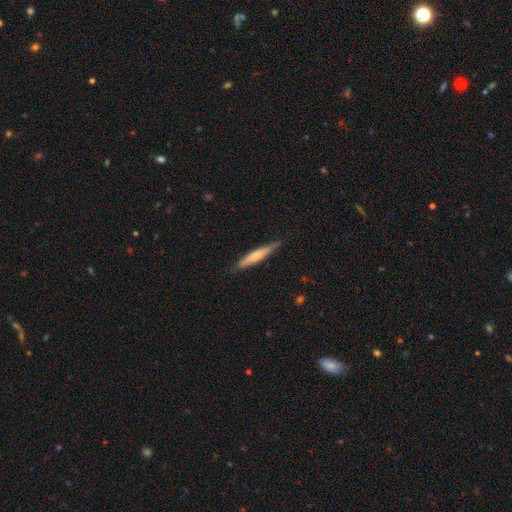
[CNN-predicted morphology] Smooth or featured: smooth — 59% (featured or disk — 36%)
How rounded: cigar-shaped — 91% (in between — 7%)
Merging: none — 81% (minor disturbance — 15%)